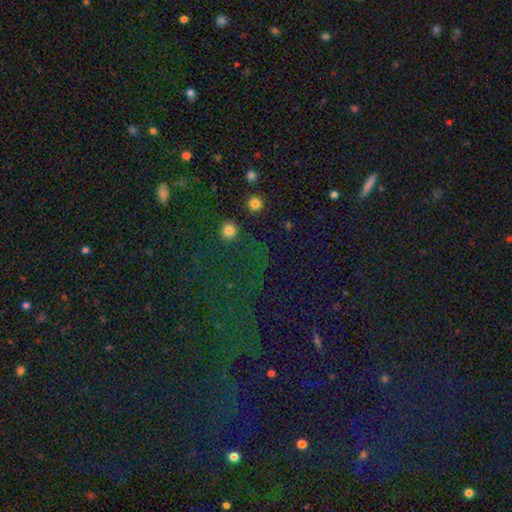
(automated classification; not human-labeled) This appears to be a star or artifact, not a galaxy (48%).